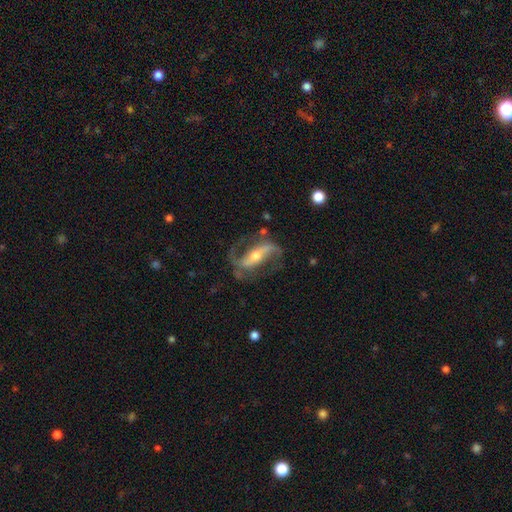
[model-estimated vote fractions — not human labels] featured or disk 88%, smooth 7%, star or artifact 5%. Down the decision tree: edge-on disk — no (91%); bar — strong (63%); spiral arms — yes (95%); spiral arm count — 2 (91%); spiral winding — medium (44%); bulge size — moderate (53%); merging — none (71%).